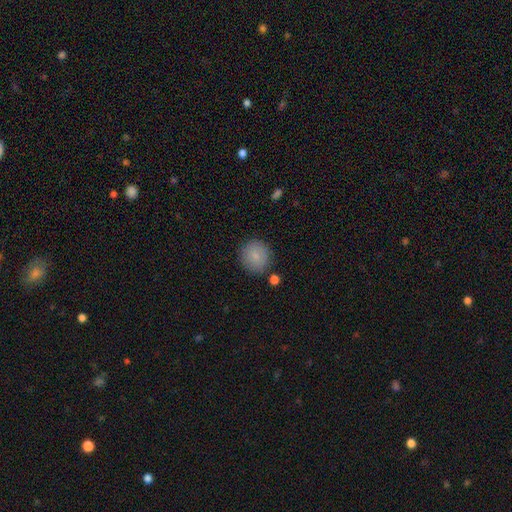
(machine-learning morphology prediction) Smooth or featured? smooth (82%)
How rounded? round (90%)
Merging? none (85%)